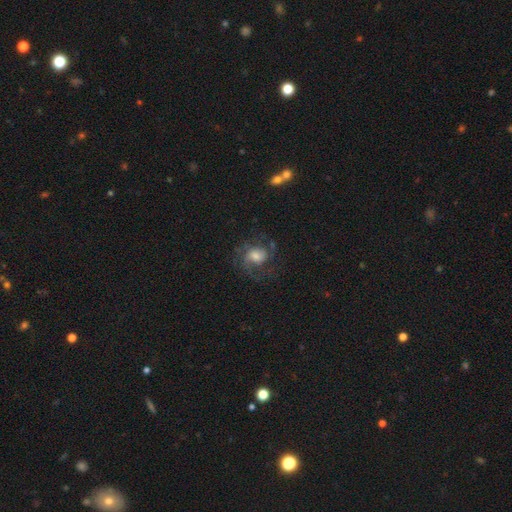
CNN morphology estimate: Q: Smooth or featured?
A: featured or disk (70%); runner-up: smooth (20%)
Q: Edge-on disk?
A: no (98%); runner-up: yes (2%)
Q: Bar?
A: no (59%); runner-up: weak (34%)
Q: Spiral arms?
A: yes (92%); runner-up: no (8%)
Q: Spiral winding?
A: medium (50%); runner-up: tight (26%)
Q: Spiral arm count?
A: 2 (54%); runner-up: can't tell (19%)
Q: Bulge size?
A: moderate (44%); runner-up: large (27%)
Q: Merging?
A: none (62%); runner-up: major disturbance (18%)